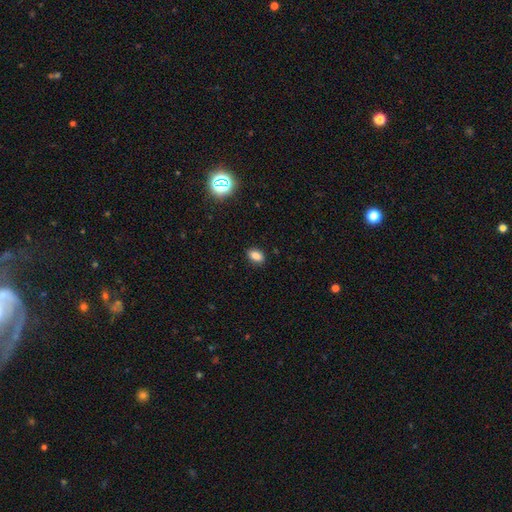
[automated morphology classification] A smooth galaxy with no disk features (85%) that is in between round and cigar-shaped (84%).

Vote fractions:
- Smooth or featured? smooth: 85% / star or artifact: 11% / featured or disk: 5%
- How rounded? in between: 84% / round: 14% / cigar-shaped: 2%
- Merging? none: 89% / minor disturbance: 8% / major disturbance: 2% / merger: 1%